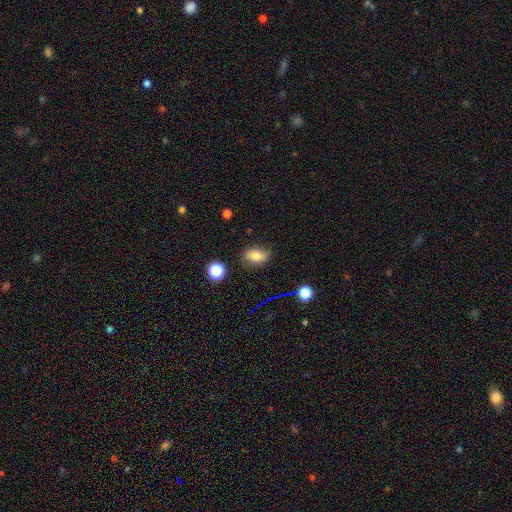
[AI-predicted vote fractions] This appears to be a smooth galaxy with no disk features (74%) that is in between round and cigar-shaped (81%). Merging: none (78%).